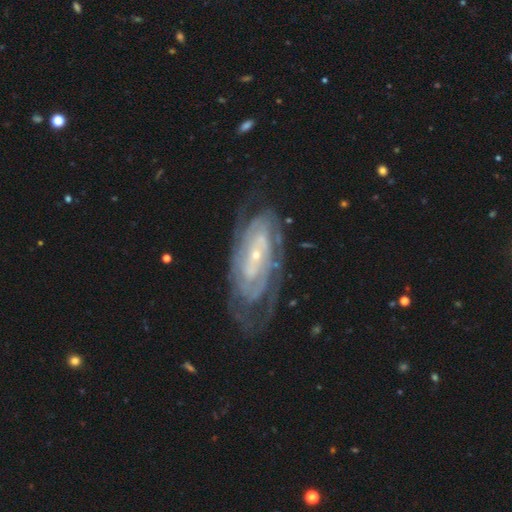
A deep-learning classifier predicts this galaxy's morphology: featured or disk 86%, smooth 9%, star or artifact 6%. Down the decision tree: edge-on disk — no (92%); bar — no (59%); spiral arms — yes (93%); spiral arm count — can't tell (42%); spiral winding — tight (76%); bulge size — small (80%); merging — none (69%).